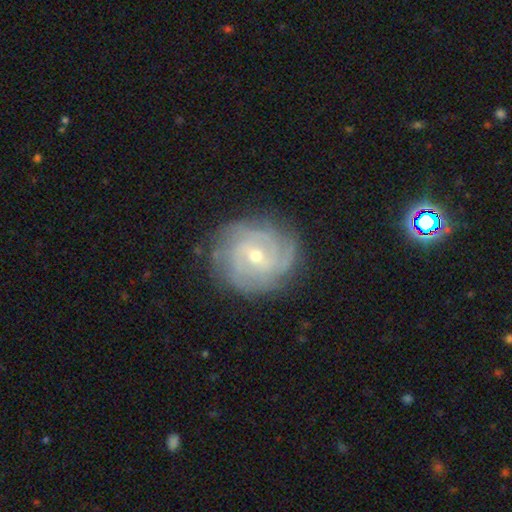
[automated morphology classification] Smooth or featured? featured or disk (83%)
Edge-on disk? no (97%)
Bar? no (47%)
Spiral arms? yes (95%)
Spiral winding? tight (70%)
Spiral arm count? can't tell (31%)
Bulge size? small (51%)
Merging? none (79%)